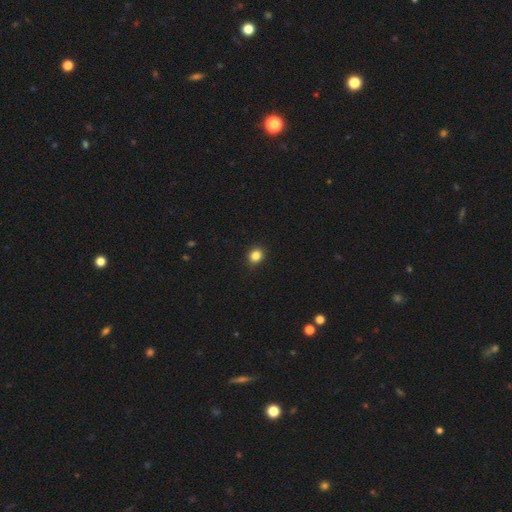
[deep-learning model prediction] This appears to be a smooth galaxy with no disk features (84%) that is round (72%). Merging: none (90%).